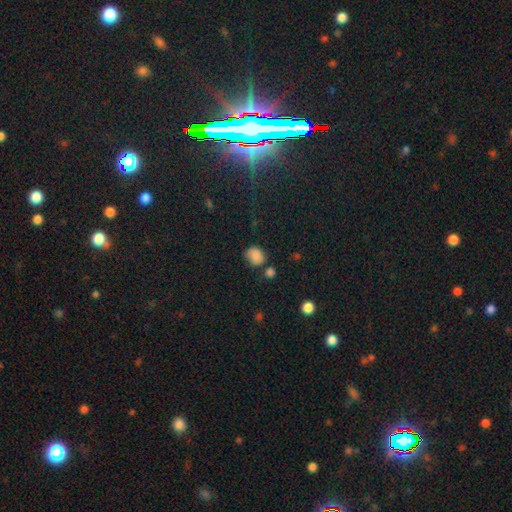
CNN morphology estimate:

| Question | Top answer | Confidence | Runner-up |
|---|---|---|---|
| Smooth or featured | smooth | 83% | star or artifact (12%) |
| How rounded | round | 62% | in between (37%) |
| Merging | none | 65% | minor disturbance (20%) |